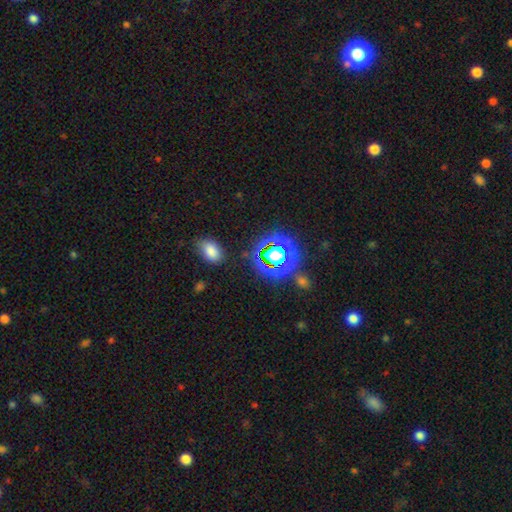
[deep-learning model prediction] The model was most divided on "smooth or featured": star or artifact: 65%, smooth: 27%, featured or disk: 8%.